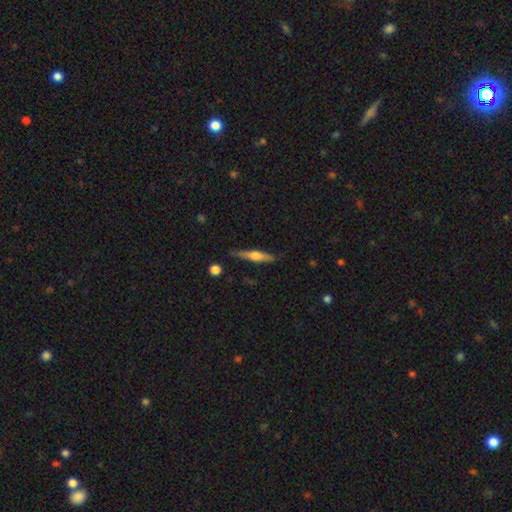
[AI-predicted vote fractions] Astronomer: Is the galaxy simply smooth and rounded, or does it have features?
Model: featured or disk — 56% (runner-up: smooth, 38%).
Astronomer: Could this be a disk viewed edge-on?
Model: yes — 95%.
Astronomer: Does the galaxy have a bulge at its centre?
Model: rounded — 86%.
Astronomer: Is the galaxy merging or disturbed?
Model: none — 82%.